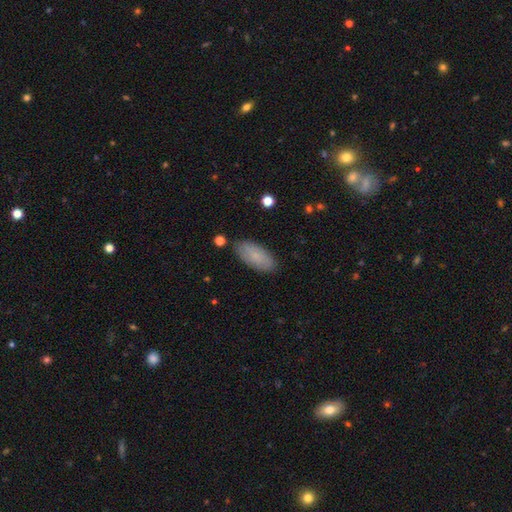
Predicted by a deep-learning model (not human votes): smooth 80%, featured or disk 13%, star or artifact 7%. Down the decision tree: how rounded — in between (88%); merging — none (86%).